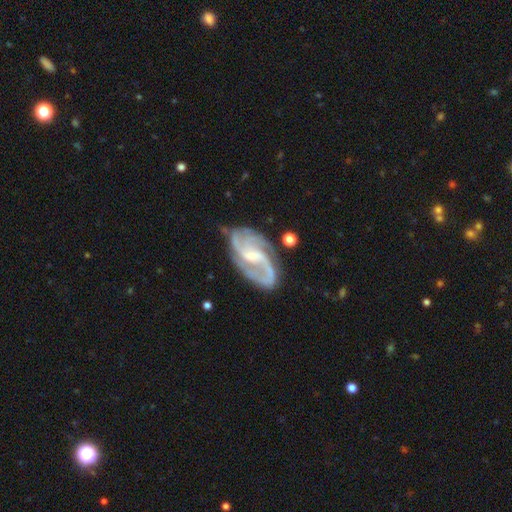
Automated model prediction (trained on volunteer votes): Smooth or featured? Predicted: featured or disk (p=0.88). Edge-on disk? Predicted: no (p=0.97). Bar? Predicted: weak (p=0.50). Spiral arms? Predicted: yes (p=0.97). Spiral winding? Predicted: medium (p=0.51). Spiral arm count? Predicted: 2 (p=0.59). Bulge size? Predicted: small (p=0.49). Merging? Predicted: none (p=0.67).